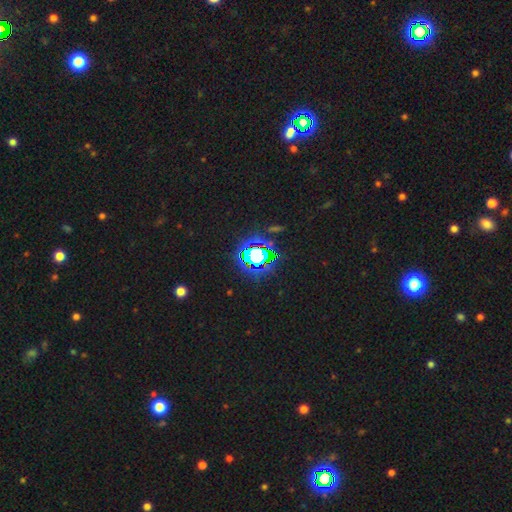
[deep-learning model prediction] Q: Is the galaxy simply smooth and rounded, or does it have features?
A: star or artifact — 71%.